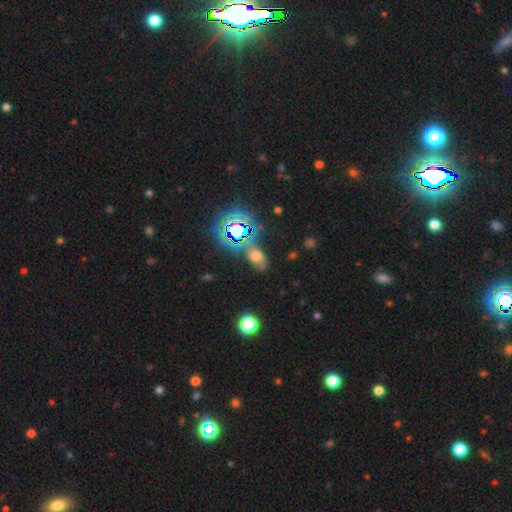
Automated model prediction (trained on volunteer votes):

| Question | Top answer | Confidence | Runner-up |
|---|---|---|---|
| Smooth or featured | smooth | 50% | star or artifact (35%) |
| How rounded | in between | 79% | round (17%) |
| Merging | none | 51% | minor disturbance (22%) |